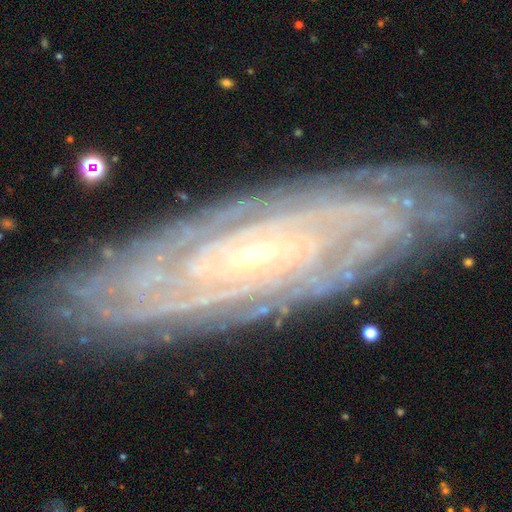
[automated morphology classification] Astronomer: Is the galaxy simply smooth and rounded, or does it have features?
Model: featured or disk — 87%.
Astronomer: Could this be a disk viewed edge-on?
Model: no — 85%.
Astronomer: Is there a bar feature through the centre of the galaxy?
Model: no — 56%.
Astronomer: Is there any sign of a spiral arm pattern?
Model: yes — 96%.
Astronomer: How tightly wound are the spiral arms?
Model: tight — 80%.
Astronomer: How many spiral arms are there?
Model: can't tell — 44%.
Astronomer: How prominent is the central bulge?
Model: small — 78%.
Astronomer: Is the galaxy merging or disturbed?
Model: none — 81%.